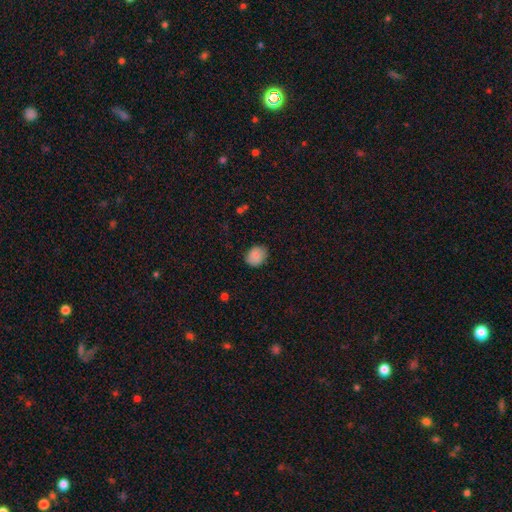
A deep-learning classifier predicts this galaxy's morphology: Q: Smooth or featured?
A: smooth (83%); runner-up: featured or disk (10%)
Q: How rounded?
A: in between (52%); runner-up: round (47%)
Q: Merging?
A: none (81%); runner-up: minor disturbance (15%)